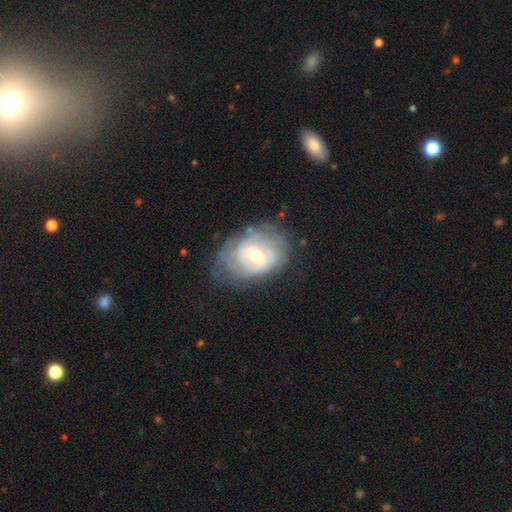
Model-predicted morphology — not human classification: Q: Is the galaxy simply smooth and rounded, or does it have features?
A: featured or disk — 70%.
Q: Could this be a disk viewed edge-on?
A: no — 96%.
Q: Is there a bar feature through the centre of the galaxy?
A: no — 50%.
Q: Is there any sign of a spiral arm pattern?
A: yes — 71%.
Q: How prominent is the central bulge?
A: moderate — 59%.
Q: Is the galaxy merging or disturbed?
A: none — 62%.